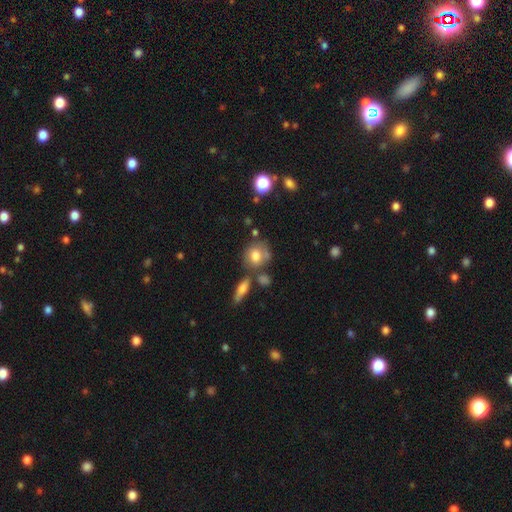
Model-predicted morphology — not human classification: This is likely a smooth galaxy (71%). How rounded: likely round (63%). Merging: possibly none (54%).